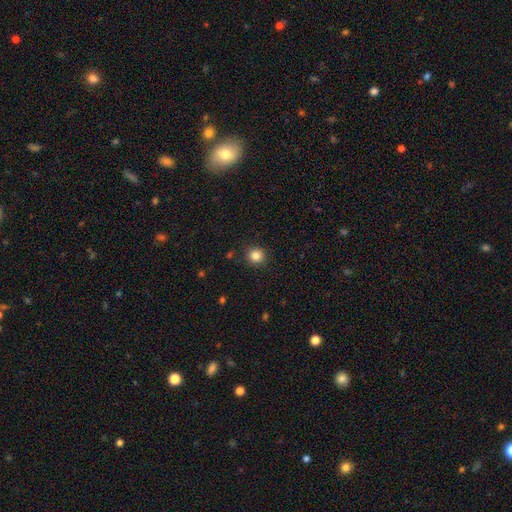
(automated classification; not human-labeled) The model was most divided on "smooth or featured": smooth: 84%, star or artifact: 11%, featured or disk: 5%. More confident: how rounded — round (92%); merging — none (90%).